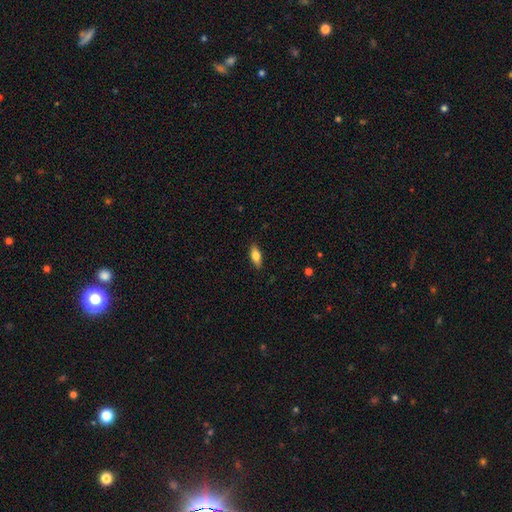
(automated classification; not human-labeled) smooth 73%, featured or disk 20%, star or artifact 7%. Down the decision tree: how rounded — in between (74%); merging — none (87%).